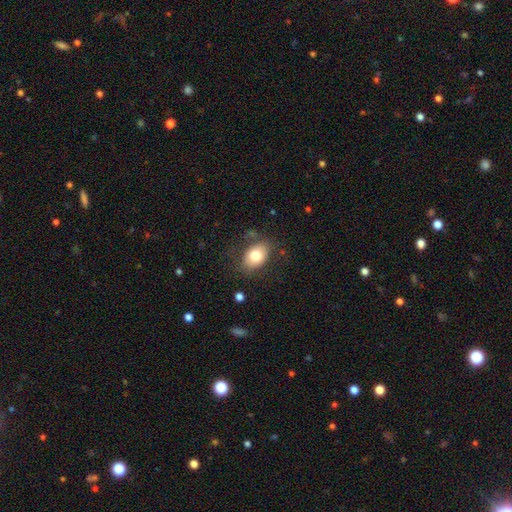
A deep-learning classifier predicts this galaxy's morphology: A smooth galaxy with no disk features (78%) that is in between round and cigar-shaped (79%). Merging: none (75%).